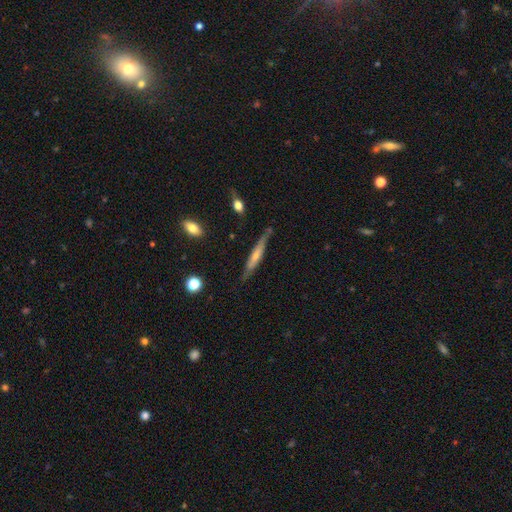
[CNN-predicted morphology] Smooth or featured? Predicted: smooth (p=0.47, tied with featured or disk). Merging? Predicted: none (p=0.71).